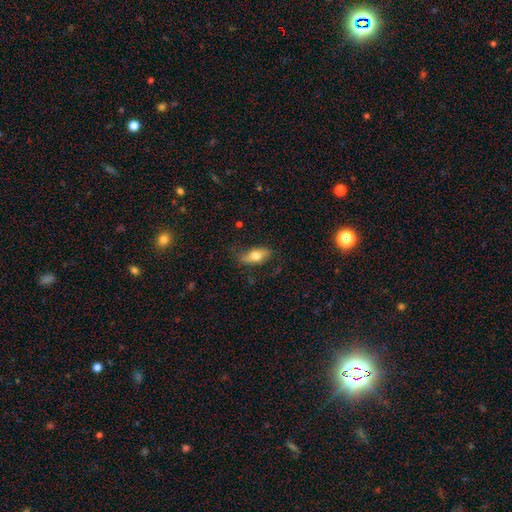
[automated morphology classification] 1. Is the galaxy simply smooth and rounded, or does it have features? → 63% smooth, 30% featured or disk, 7% star or artifact.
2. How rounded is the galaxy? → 78% in between, 17% cigar-shaped, 4% round.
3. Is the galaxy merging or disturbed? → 69% none, 22% minor disturbance, 8% major disturbance, 2% merger.